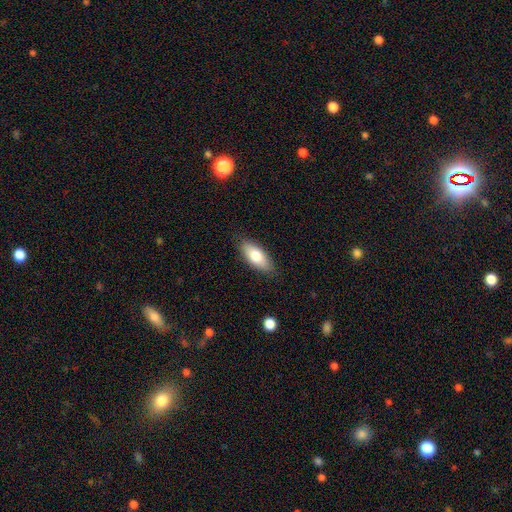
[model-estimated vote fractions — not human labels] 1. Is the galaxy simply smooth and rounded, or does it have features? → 77% smooth, 17% featured or disk, 6% star or artifact.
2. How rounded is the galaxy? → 82% in between, 15% cigar-shaped, 2% round.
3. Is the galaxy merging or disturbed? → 85% none, 11% minor disturbance, 2% major disturbance, 1% merger.